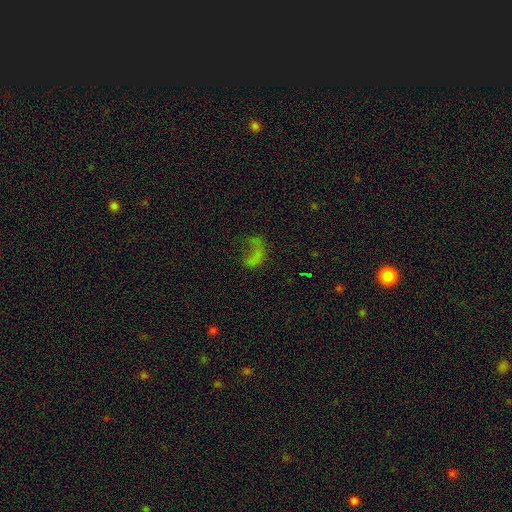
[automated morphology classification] The model was most divided on "smooth or featured": smooth: 44%, featured or disk: 34%, star or artifact: 22%. Remaining: merging — major disturbance (46%).